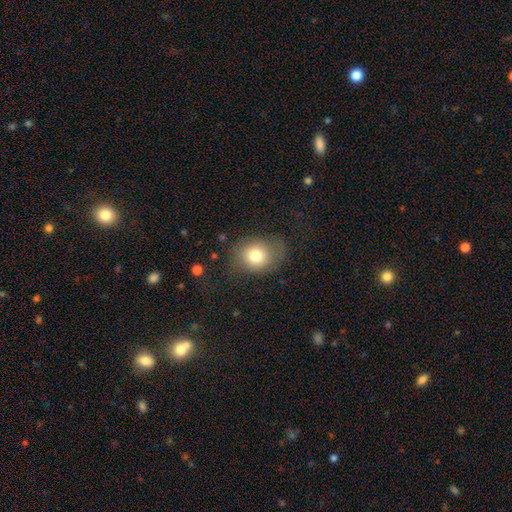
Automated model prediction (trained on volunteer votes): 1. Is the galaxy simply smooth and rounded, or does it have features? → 77% smooth, 13% featured or disk, 11% star or artifact.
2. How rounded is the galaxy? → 59% round, 40% in between, 1% cigar-shaped.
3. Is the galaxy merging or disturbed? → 67% none, 21% minor disturbance, 11% major disturbance, 2% merger.